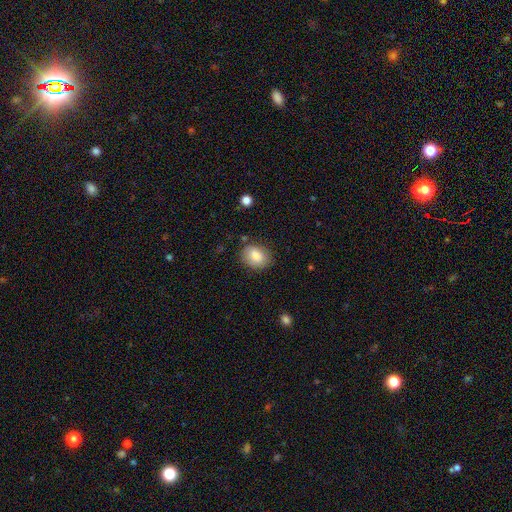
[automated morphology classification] Overall: smooth (83%). How rounded: in between (63%; round 36%). Merging: none (77%).